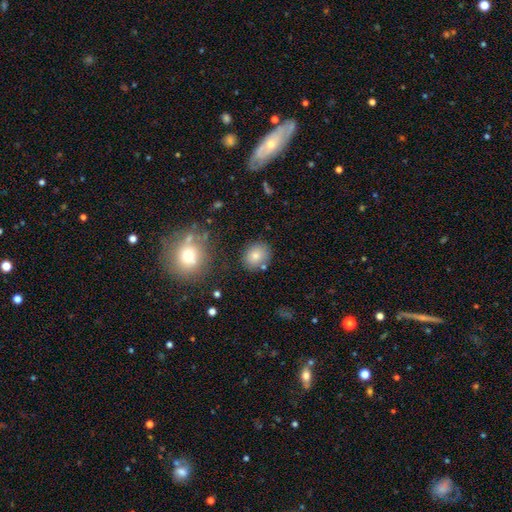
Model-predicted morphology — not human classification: smooth_or_featured: smooth (p=0.80) [alt: star or artifact p=0.11]
how_rounded: round (p=0.63) [alt: in between p=0.36]
merging: none (p=0.79) [alt: minor disturbance p=0.12]